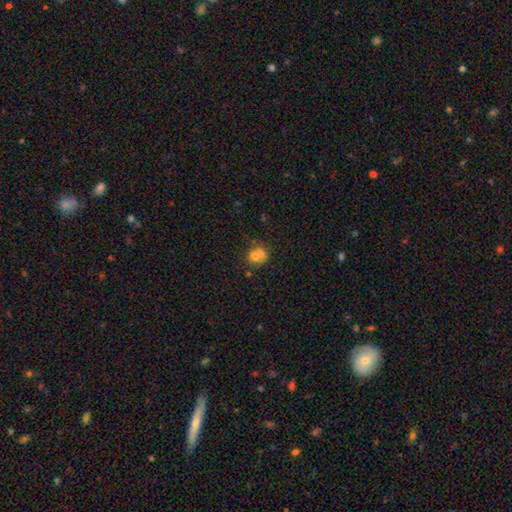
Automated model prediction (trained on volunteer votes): Smooth or featured? smooth (68%)
How rounded? round (73%)
Merging? none (40%)